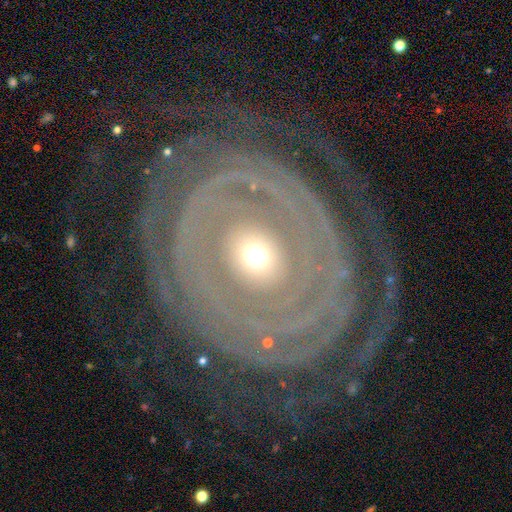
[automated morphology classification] A featured or disk galaxy (81%) with no bar (82%), tight (75%) spiral arms (78%) and a small central bulge (45%). Merging: none (77%).